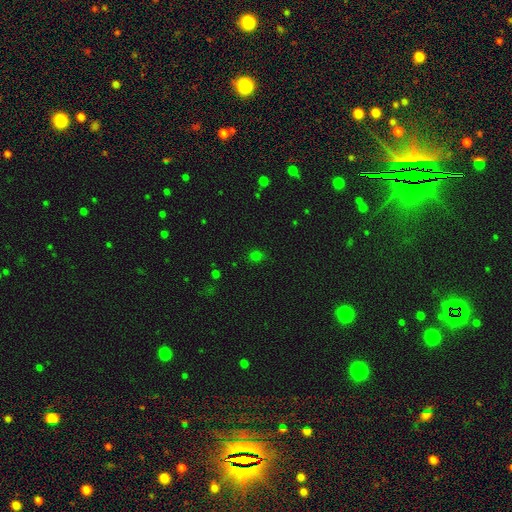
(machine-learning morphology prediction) Q: Smooth or featured?
A: smooth (69%); runner-up: star or artifact (27%)
Q: How rounded?
A: round (78%); runner-up: in between (21%)
Q: Merging?
A: none (84%); runner-up: minor disturbance (10%)